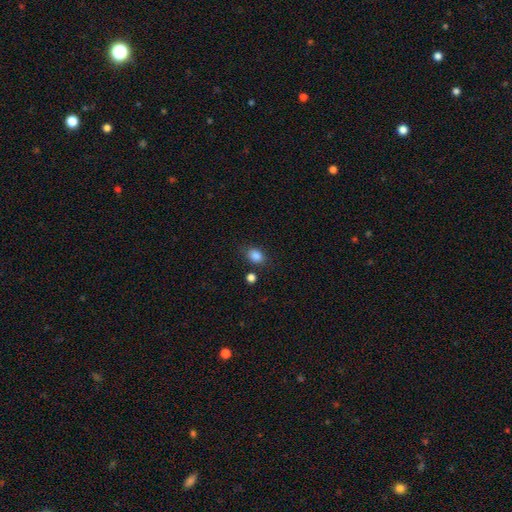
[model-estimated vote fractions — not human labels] Smooth or featured? smooth (85%)
How rounded? in between (59%)
Merging? none (76%)